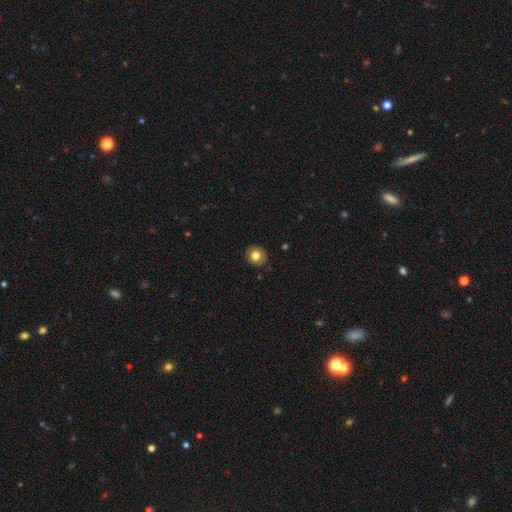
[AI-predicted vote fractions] smooth_or_featured: smooth (p=0.77) [alt: featured or disk p=0.14]
how_rounded: round (p=0.85) [alt: in between p=0.14]
merging: none (p=0.89) [alt: minor disturbance p=0.08]